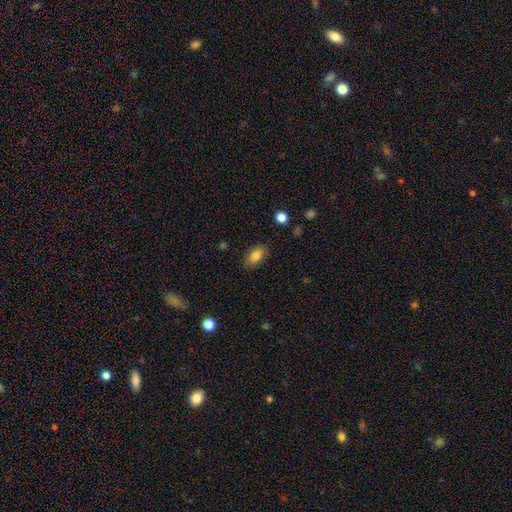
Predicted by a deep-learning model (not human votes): Smooth or featured: smooth — 81% (featured or disk — 10%)
How rounded: in between — 88% (round — 6%)
Merging: none — 84% (minor disturbance — 12%)